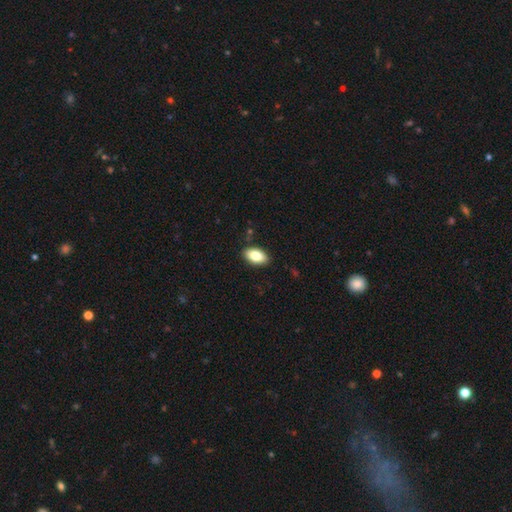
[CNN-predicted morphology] smooth_or_featured: smooth (p=0.81) [alt: featured or disk p=0.12]
how_rounded: in between (p=0.93) [alt: round p=0.05]
merging: none (p=0.89) [alt: minor disturbance p=0.08]